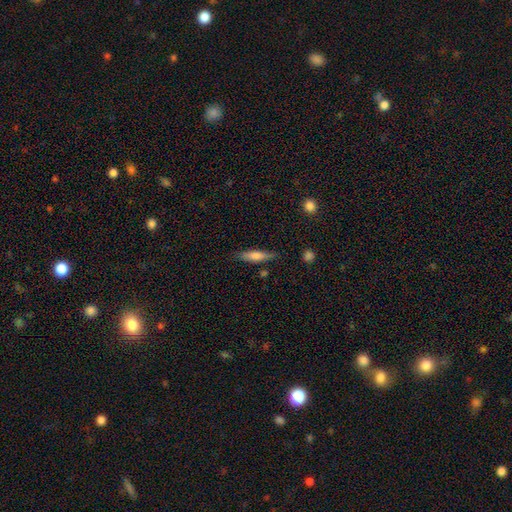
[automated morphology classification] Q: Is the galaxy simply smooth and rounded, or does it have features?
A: smooth — 65%.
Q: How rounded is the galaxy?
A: cigar-shaped — 74%.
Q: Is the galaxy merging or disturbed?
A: none — 79%.